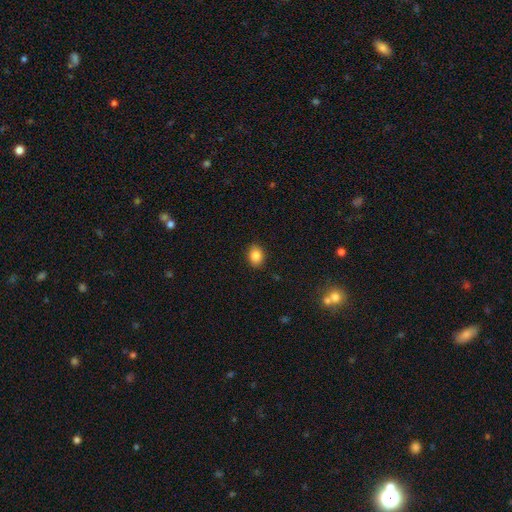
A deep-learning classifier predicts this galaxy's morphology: smooth_or_featured: smooth (p=0.86) [alt: star or artifact p=0.09]
how_rounded: in between (p=0.64) [alt: round p=0.35]
merging: none (p=0.88) [alt: minor disturbance p=0.08]